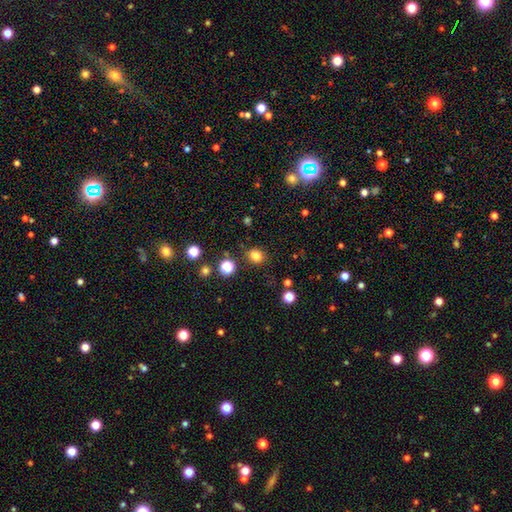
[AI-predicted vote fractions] A smooth galaxy with no disk features (81%) that is round (72%).

Vote fractions:
- Smooth or featured? smooth: 81% / star or artifact: 14% / featured or disk: 5%
- How rounded? round: 72% / in between: 27% / cigar-shaped: 1%
- Merging? none: 86% / minor disturbance: 9% / major disturbance: 3% / merger: 2%